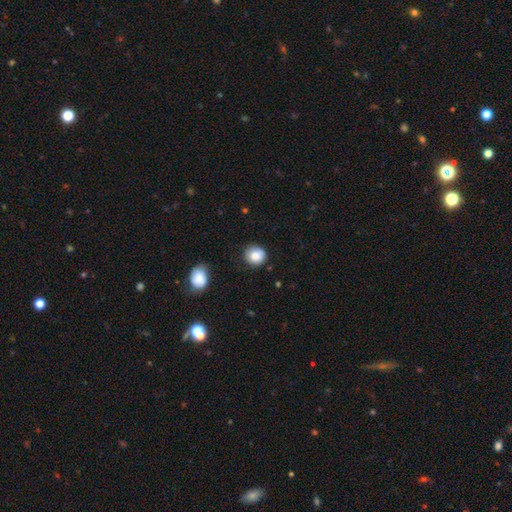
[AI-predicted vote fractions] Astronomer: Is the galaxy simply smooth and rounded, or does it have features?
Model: smooth — 83%.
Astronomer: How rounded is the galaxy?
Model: round — 88%.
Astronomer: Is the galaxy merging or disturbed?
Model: none — 83%.